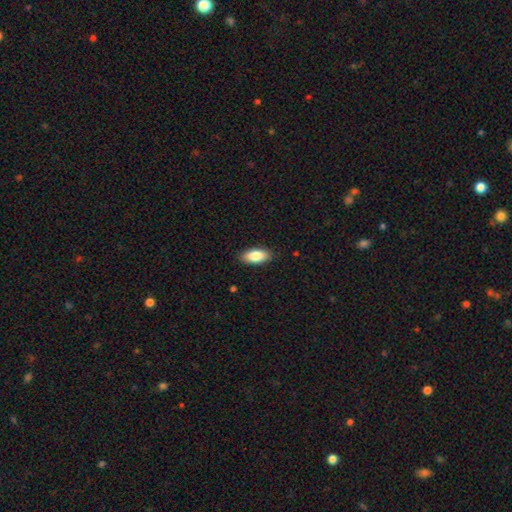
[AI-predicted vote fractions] Smooth or featured?
  - smooth: 84% *
  - featured or disk: 10%
  - star or artifact: 6%
How rounded?
  - in between: 87% *
  - cigar-shaped: 11%
  - round: 2%
Merging?
  - none: 87% *
  - minor disturbance: 10%
  - major disturbance: 2%
  - merger: 1%